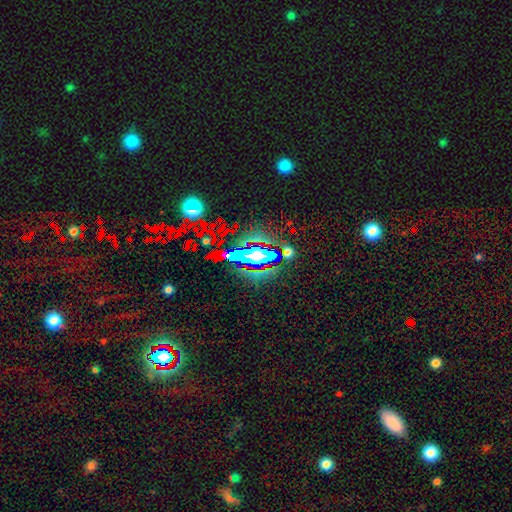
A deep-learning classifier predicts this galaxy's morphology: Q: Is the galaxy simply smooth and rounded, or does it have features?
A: star or artifact — 50%.